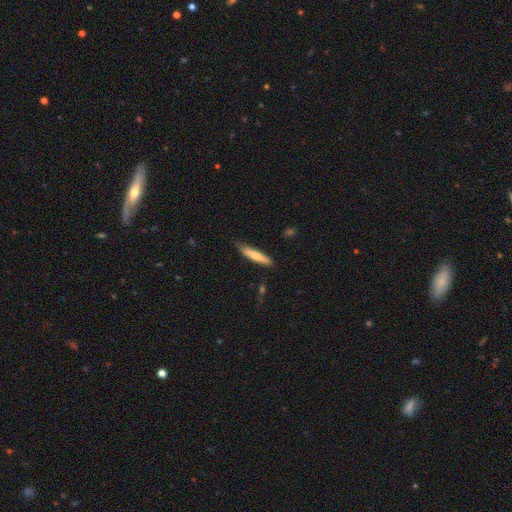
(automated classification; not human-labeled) Smooth or featured: smooth — 66% (featured or disk — 28%)
How rounded: cigar-shaped — 87% (in between — 11%)
Merging: none — 78% (minor disturbance — 18%)